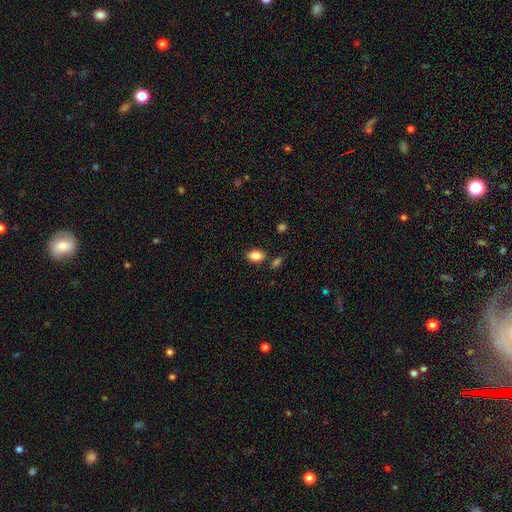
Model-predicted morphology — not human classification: A smooth galaxy with no disk features (85%) that is in between round and cigar-shaped (85%). Merging: none (79%).